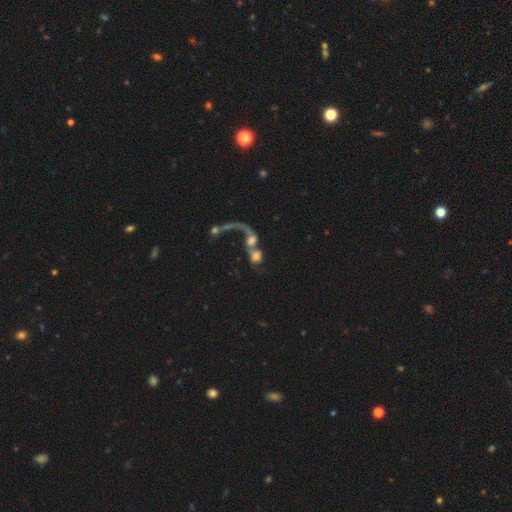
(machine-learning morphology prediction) Smooth or featured?
  - featured or disk: 47% *
  - smooth: 41%
  - star or artifact: 11%
Merging?
  - merger: 72% *
  - major disturbance: 14%
  - none: 10%
  - minor disturbance: 4%